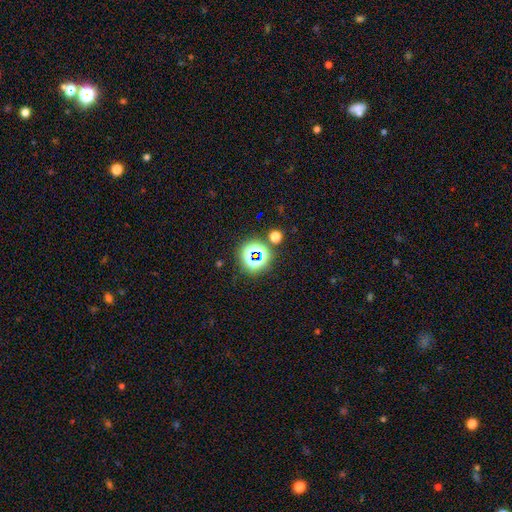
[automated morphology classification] Q: Smooth or featured?
A: star or artifact (61%); runner-up: smooth (29%)